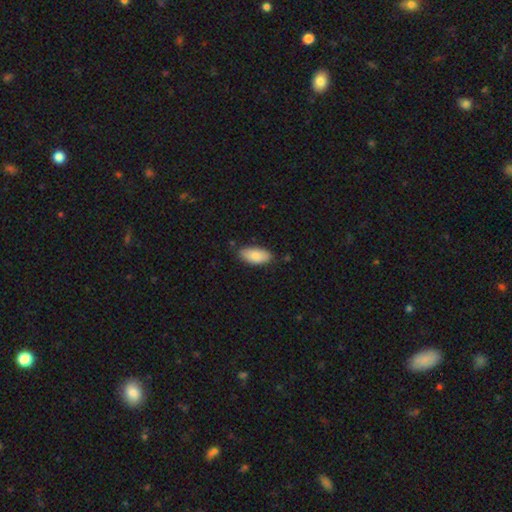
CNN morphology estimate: This is clearly a smooth galaxy (86%). How rounded: clearly in between (92%). Merging: likely none (78%).